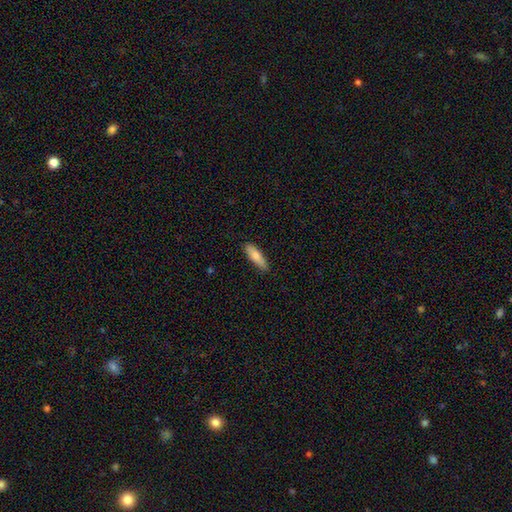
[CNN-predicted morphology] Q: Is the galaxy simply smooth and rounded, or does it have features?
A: smooth — 81%.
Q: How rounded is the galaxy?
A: cigar-shaped — 60%.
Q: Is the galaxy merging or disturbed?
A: none — 85%.